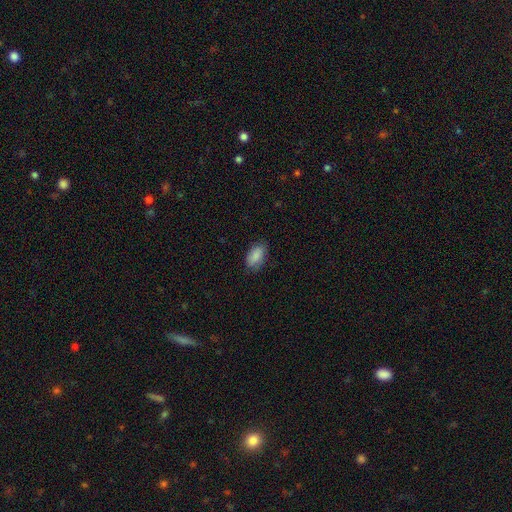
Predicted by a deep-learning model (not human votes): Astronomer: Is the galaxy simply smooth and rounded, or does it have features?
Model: smooth — 87%.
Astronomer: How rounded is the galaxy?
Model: in between — 93%.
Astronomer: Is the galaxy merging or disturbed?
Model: none — 79%.